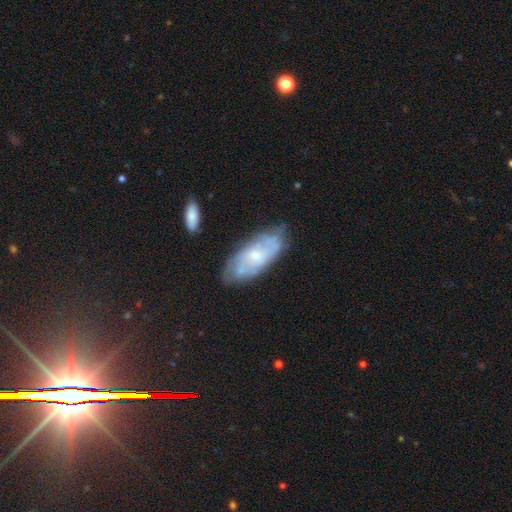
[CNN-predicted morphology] featured or disk 62%, smooth 31%, star or artifact 7%. Down the decision tree: edge-on disk — no (89%); bar — no (69%); spiral arms — yes (72%); bulge size — small (64%); merging — none (68%).